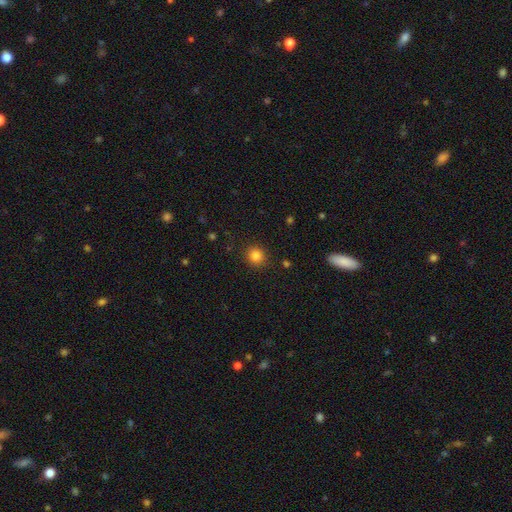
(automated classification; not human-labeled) Morphology: type=smooth (83%); roundness=round (88%); merging=none (90%).